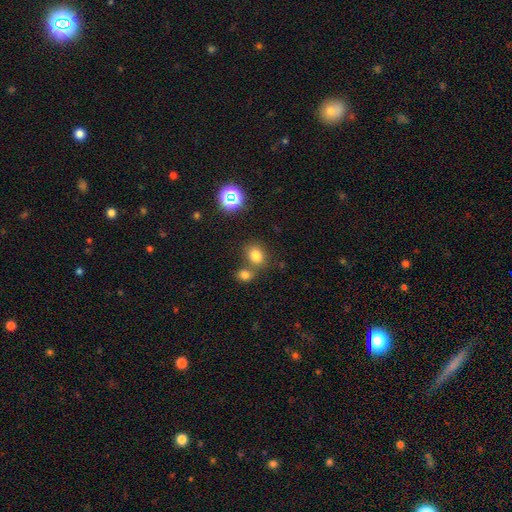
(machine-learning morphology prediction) A smooth galaxy with no disk features (77%) that is round (55%).

Vote fractions:
- Smooth or featured? smooth: 77% / star or artifact: 16% / featured or disk: 7%
- How rounded? round: 55% / in between: 44% / cigar-shaped: 1%
- Merging? none: 59% / merger: 28% / minor disturbance: 10% / major disturbance: 4%